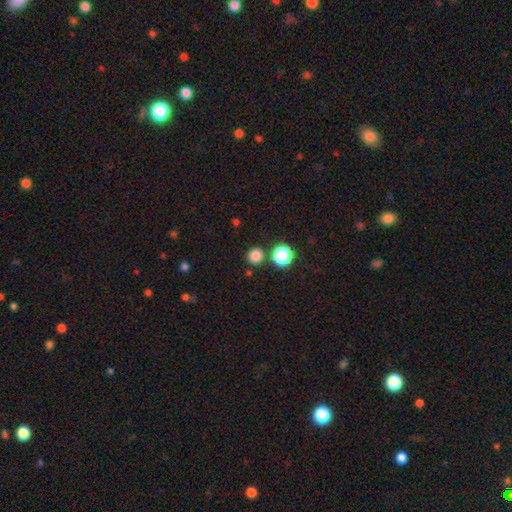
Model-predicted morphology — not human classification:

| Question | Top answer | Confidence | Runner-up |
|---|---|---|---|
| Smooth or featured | smooth | 80% | star or artifact (16%) |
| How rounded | round | 92% | in between (7%) |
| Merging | none | 82% | merger (9%) |